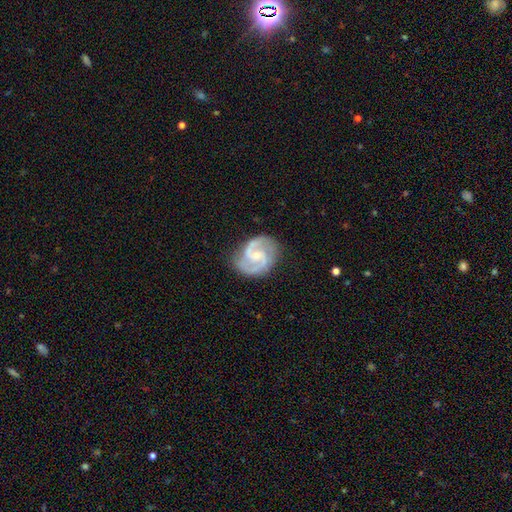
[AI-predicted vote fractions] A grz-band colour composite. It shows a featured or disk galaxy (92%) with no bar (46%), 2 (92%) medium (61%) spiral arms (98%) and a small central bulge (62%). Merging: none (80%).